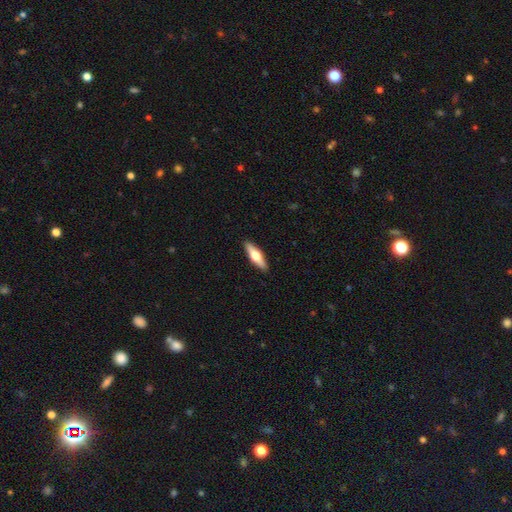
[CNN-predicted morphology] smooth 50%, featured or disk 45%, star or artifact 5%. Down the decision tree: how rounded — cigar-shaped (64%); merging — none (91%).